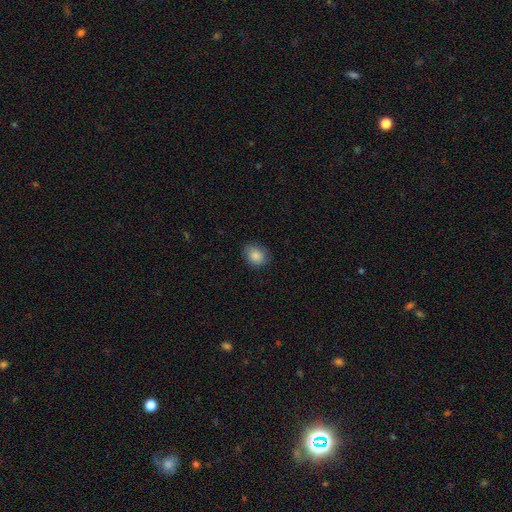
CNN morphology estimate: This appears to be a smooth galaxy with no disk features (87%) that is round (53%). Merging: none (81%).